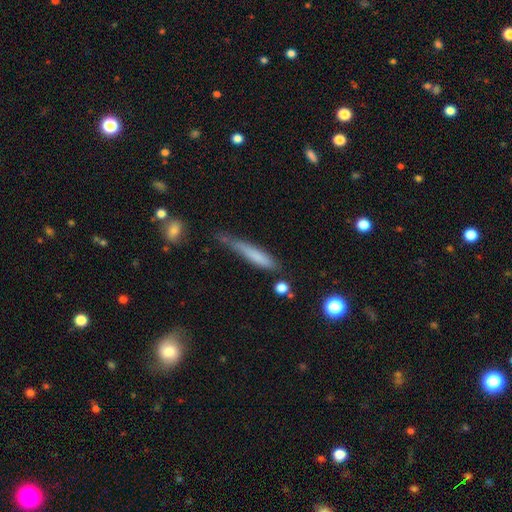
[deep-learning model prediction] The model was most divided on "merging": none: 43%, minor disturbance: 34%, major disturbance: 16%, merger: 7%. More confident: how rounded — cigar-shaped (90%); smooth or featured — smooth (67%).